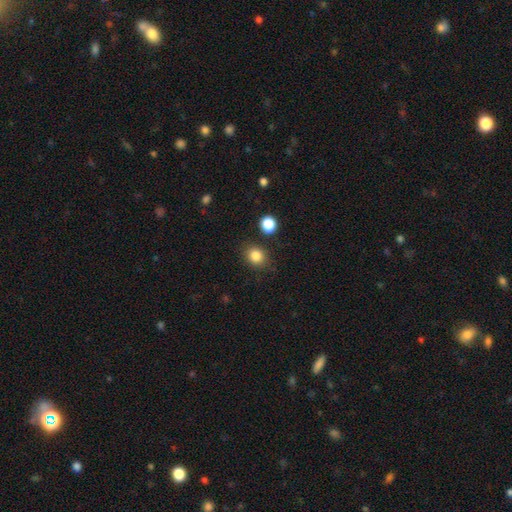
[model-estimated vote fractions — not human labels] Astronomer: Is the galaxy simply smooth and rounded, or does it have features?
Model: smooth — 85%.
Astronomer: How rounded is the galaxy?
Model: round — 72%.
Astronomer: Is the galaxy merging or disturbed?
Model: none — 84%.